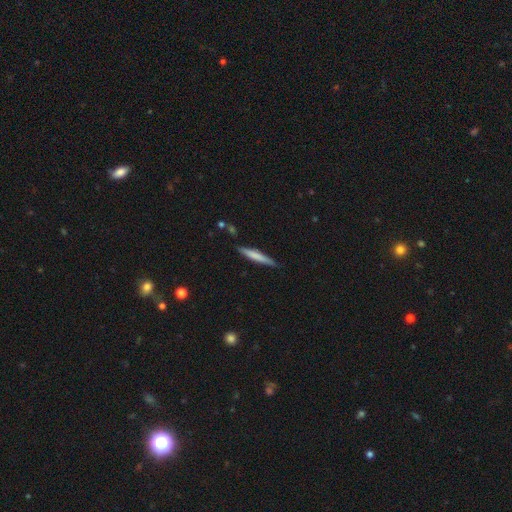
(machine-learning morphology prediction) smooth 67%, featured or disk 27%, star or artifact 5%. Down the decision tree: how rounded — cigar-shaped (94%); merging — none (85%).